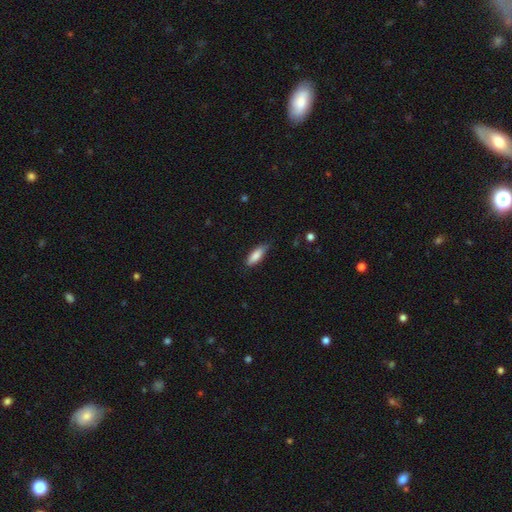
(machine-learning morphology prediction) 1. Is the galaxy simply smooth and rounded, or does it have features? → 84% smooth, 10% featured or disk, 6% star or artifact.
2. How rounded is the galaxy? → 65% in between, 33% cigar-shaped, 2% round.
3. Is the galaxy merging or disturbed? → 72% none, 23% minor disturbance, 4% major disturbance, 1% merger.